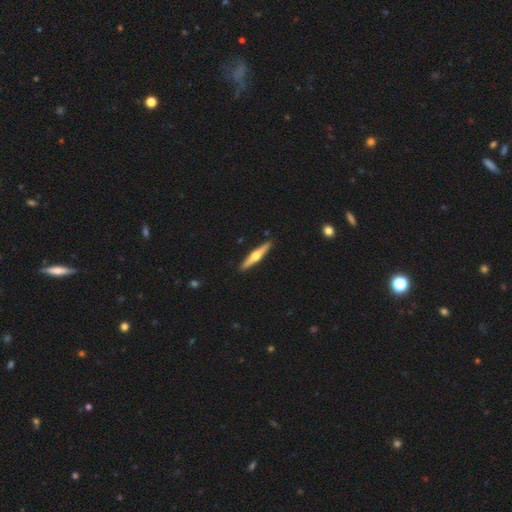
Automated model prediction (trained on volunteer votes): smooth_or_featured: featured or disk (p=0.67) [alt: smooth p=0.29]
disk_edge_on: yes (p=0.97) [alt: no p=0.03]
edge_on_bulge: rounded (p=0.94) [alt: none p=0.03]
merging: none (p=0.92) [alt: minor disturbance p=0.06]